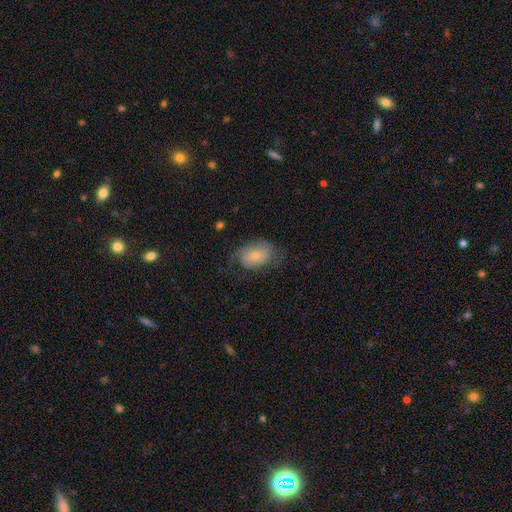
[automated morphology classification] type=smooth (52%); roundness=in between (76%); merging=none (51%).